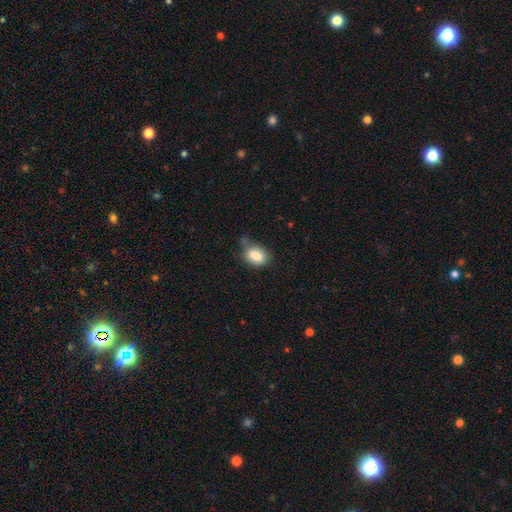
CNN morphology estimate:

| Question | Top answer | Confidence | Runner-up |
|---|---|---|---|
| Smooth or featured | smooth | 83% | featured or disk (8%) |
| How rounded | in between | 76% | round (23%) |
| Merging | none | 57% | minor disturbance (29%) |